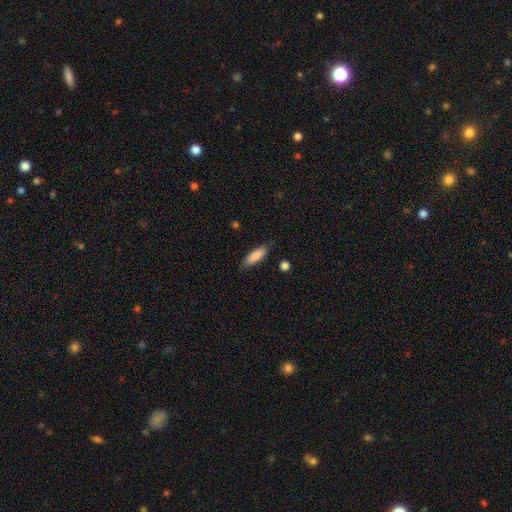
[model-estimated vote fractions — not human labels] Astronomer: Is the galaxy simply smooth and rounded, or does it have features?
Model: smooth — 84%.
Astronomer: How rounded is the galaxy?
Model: in between — 50% (runner-up: cigar-shaped, 48%).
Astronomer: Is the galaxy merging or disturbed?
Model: none — 81%.